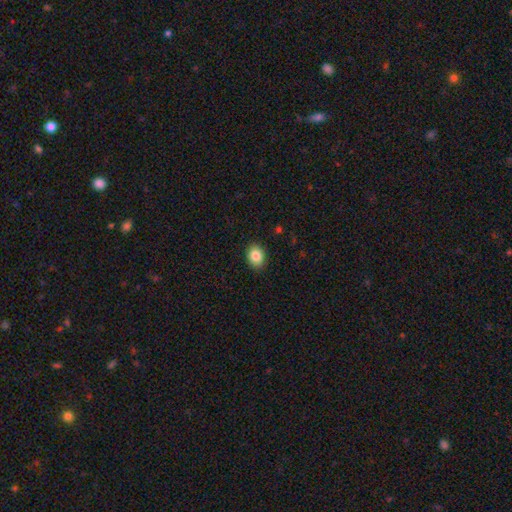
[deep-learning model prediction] Smooth or featured? smooth (85%)
How rounded? in between (61%)
Merging? none (90%)